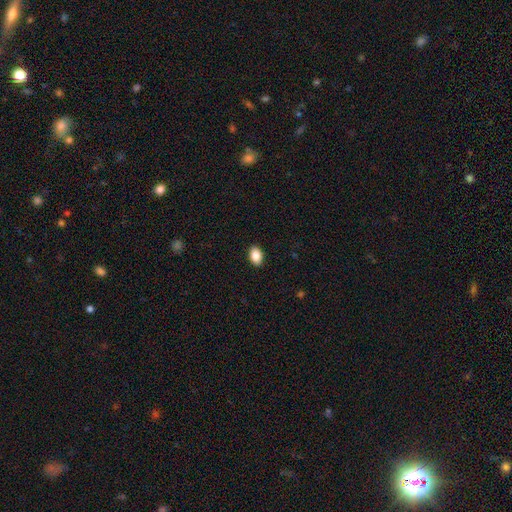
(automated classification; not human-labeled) smooth-or-featured: smooth: 87% | star or artifact: 8% | featured or disk: 5%
  how-rounded: in between: 88% | round: 11% | cigar-shaped: 1%
  merging: none: 90% | minor disturbance: 7% | major disturbance: 2% | merger: 1%